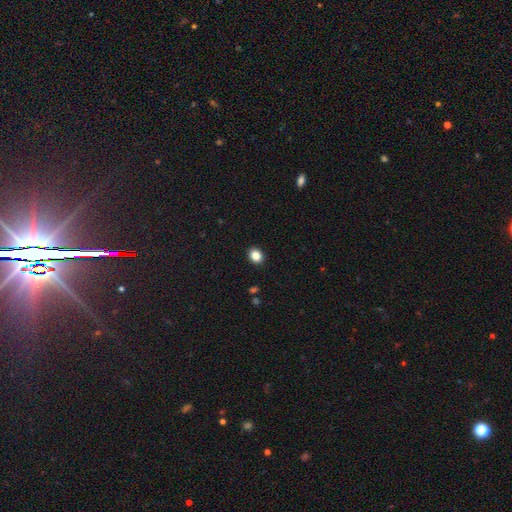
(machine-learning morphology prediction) Overall: smooth (86%). How rounded: round (55%; in between 44%). Merging: none (91%).